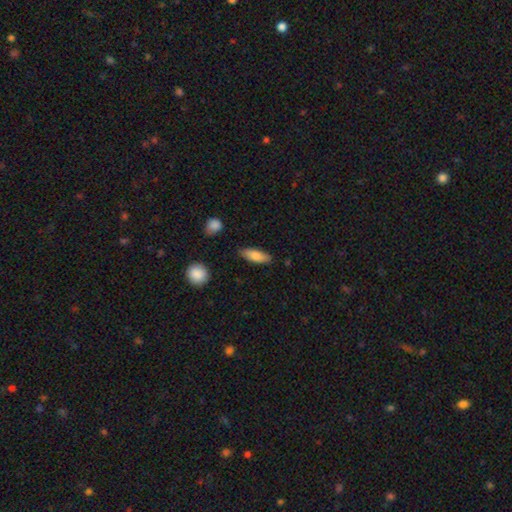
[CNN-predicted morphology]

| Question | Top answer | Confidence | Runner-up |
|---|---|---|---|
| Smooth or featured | smooth | 81% | featured or disk (12%) |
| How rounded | in between | 67% | cigar-shaped (31%) |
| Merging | none | 83% | minor disturbance (13%) |